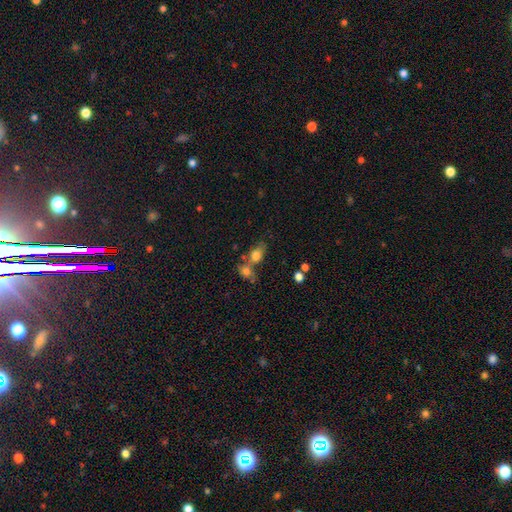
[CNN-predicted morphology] smooth 76%, featured or disk 13%, star or artifact 11%. Down the decision tree: how rounded — in between (76%); merging — merger (50%).